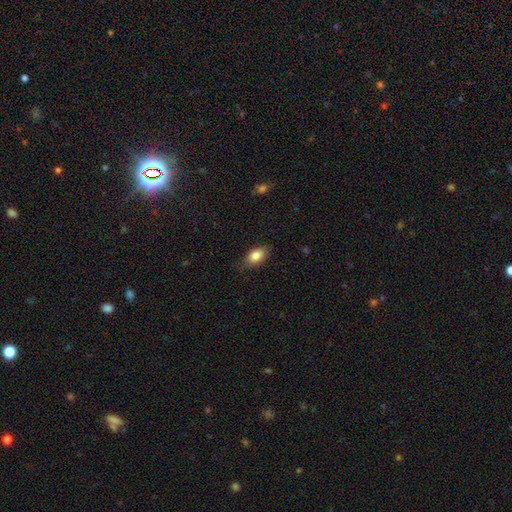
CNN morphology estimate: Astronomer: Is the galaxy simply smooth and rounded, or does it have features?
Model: smooth — 84%.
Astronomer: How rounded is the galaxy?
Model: in between — 89%.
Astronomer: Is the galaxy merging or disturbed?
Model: none — 80%.